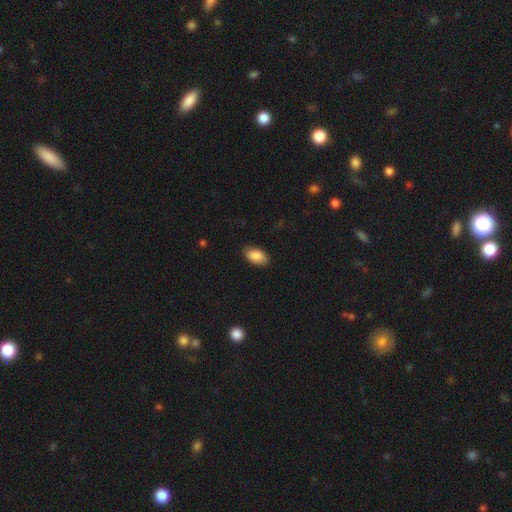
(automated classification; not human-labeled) Q: Smooth or featured?
A: smooth (87%); runner-up: star or artifact (7%)
Q: How rounded?
A: in between (94%); runner-up: round (4%)
Q: Merging?
A: none (86%); runner-up: minor disturbance (11%)